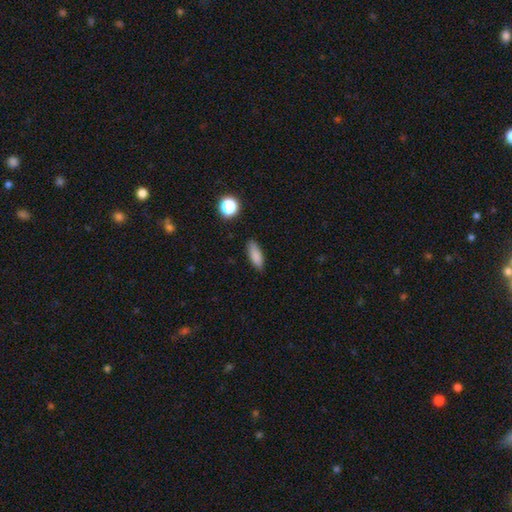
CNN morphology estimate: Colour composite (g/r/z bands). It shows a smooth galaxy with no disk features (84%) that is in between round and cigar-shaped (66%). Merging: none (82%).